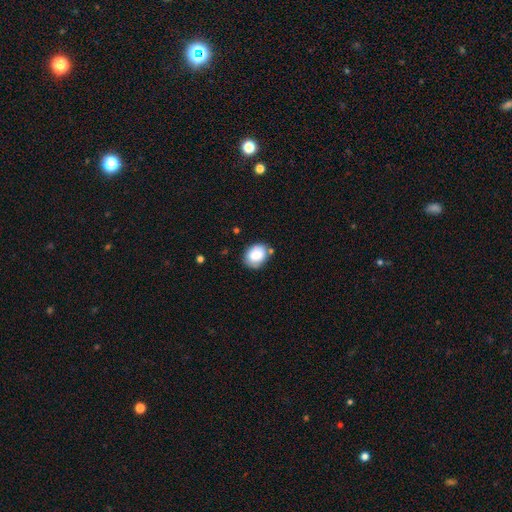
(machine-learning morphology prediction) This is clearly a smooth galaxy (83%). How rounded: likely in between (60%). Merging: likely none (69%).